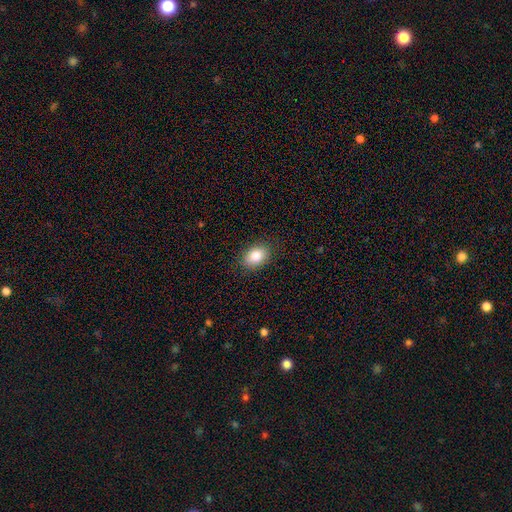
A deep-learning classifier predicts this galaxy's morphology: A smooth galaxy with no disk features (85%) that is in between round and cigar-shaped (76%). Merging: none (87%).